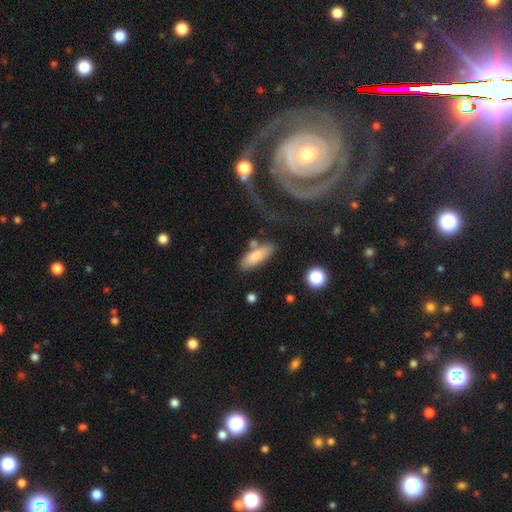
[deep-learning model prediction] The model was most divided on "how rounded": in between: 61%, cigar-shaped: 36%, round: 2%. More confident: smooth or featured — smooth (81%); merging — none (69%).